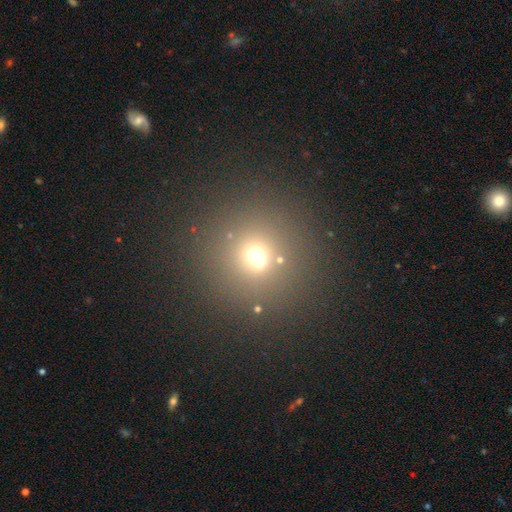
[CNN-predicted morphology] smooth 60%, star or artifact 26%, featured or disk 14%. Down the decision tree: how rounded — round (92%); merging — none (68%).